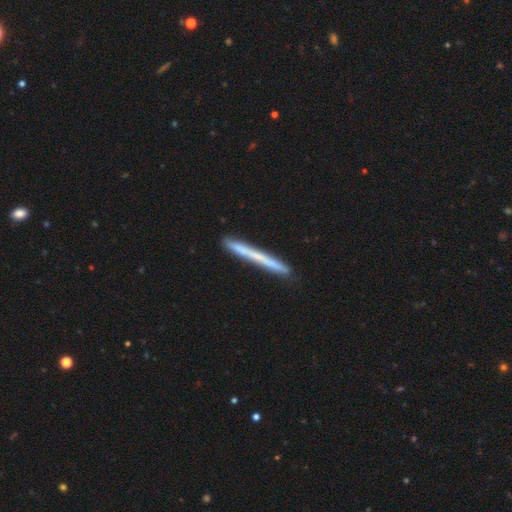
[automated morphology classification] Smooth or featured: smooth — 55% (featured or disk — 39%)
How rounded: cigar-shaped — 97% (in between — 1%)
Merging: none — 88% (minor disturbance — 9%)